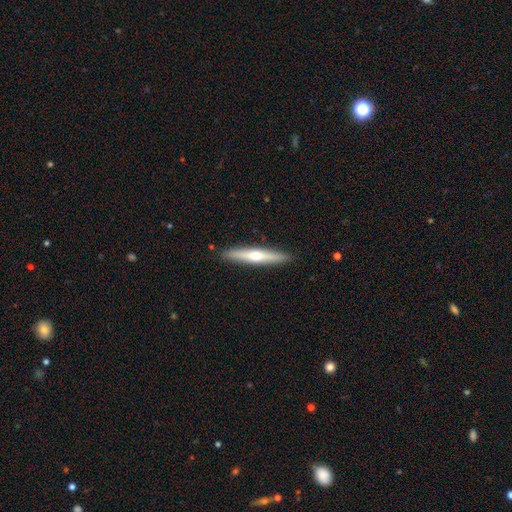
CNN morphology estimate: Smooth or featured?
  - featured or disk: 53% *
  - smooth: 42%
  - star or artifact: 5%
Edge-on disk?
  - yes: 96% *
  - no: 4%
Edge-on bulge?
  - rounded: 86% *
  - none: 10%
  - boxy: 3%
Merging?
  - none: 91% *
  - minor disturbance: 6%
  - major disturbance: 1%
  - merger: 1%